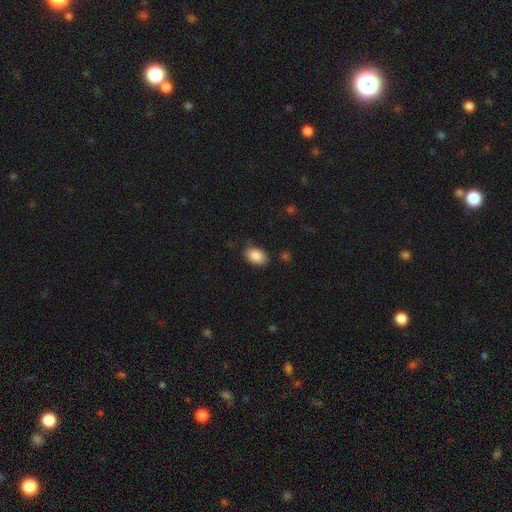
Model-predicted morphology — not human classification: smooth_or_featured: smooth (p=0.88) [alt: star or artifact p=0.07]
how_rounded: in between (p=0.89) [alt: round p=0.10]
merging: none (p=0.79) [alt: minor disturbance p=0.16]